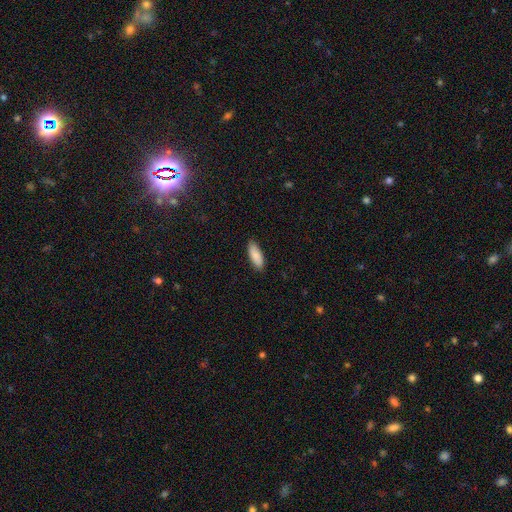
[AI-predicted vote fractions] Morphology: type=smooth (87%); roundness=in between (73%); merging=none (87%).